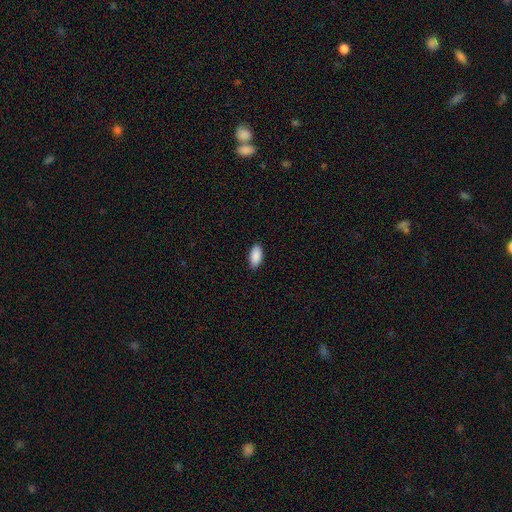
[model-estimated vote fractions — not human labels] This appears to be a smooth galaxy with no disk features (91%) that is in between round and cigar-shaped (94%). Merging: none (88%).